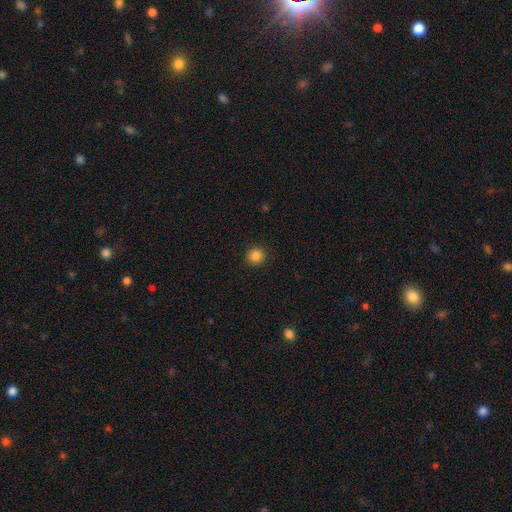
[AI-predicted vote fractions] A smooth galaxy with no disk features (85%) that is round (95%). Merging: none (92%).